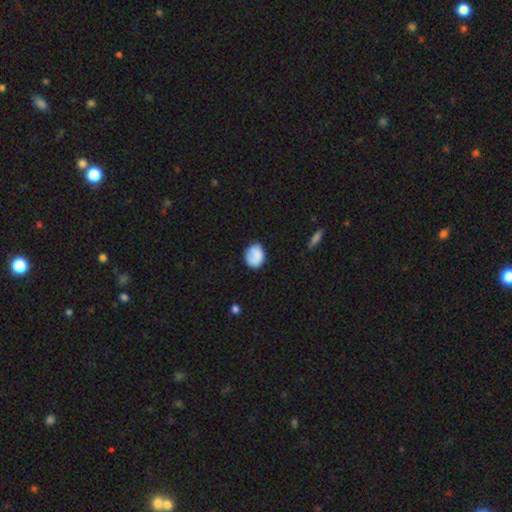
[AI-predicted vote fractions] This appears to be a smooth galaxy with no disk features (81%) that is in between round and cigar-shaped (51%). Merging: none (70%).